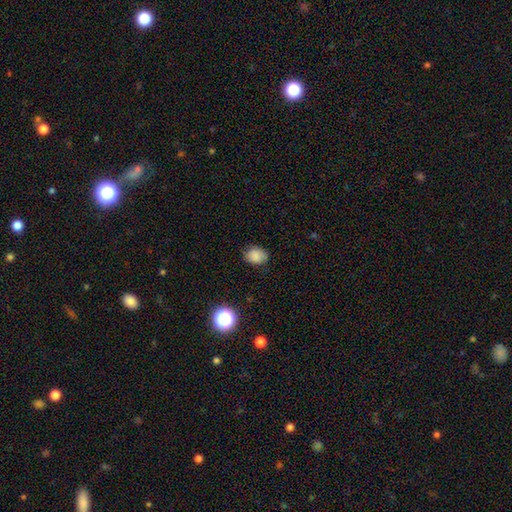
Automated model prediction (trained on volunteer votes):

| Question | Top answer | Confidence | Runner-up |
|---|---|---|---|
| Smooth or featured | smooth | 84% | star or artifact (11%) |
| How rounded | in between | 54% | round (45%) |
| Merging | none | 76% | minor disturbance (19%) |